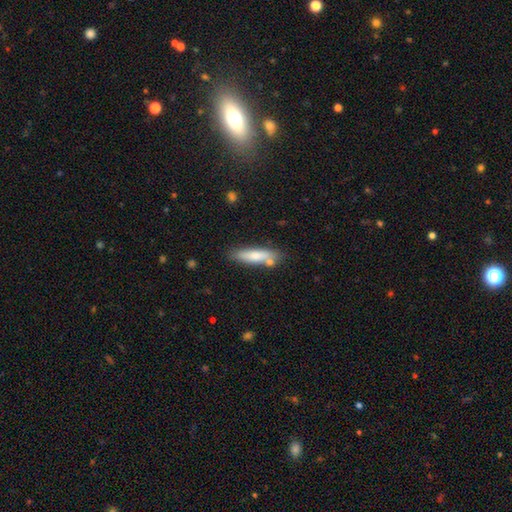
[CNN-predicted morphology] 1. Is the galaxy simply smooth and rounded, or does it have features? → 72% smooth, 21% featured or disk, 6% star or artifact.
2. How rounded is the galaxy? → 72% cigar-shaped, 26% in between, 2% round.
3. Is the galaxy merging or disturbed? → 71% none, 15% minor disturbance, 11% merger, 3% major disturbance.